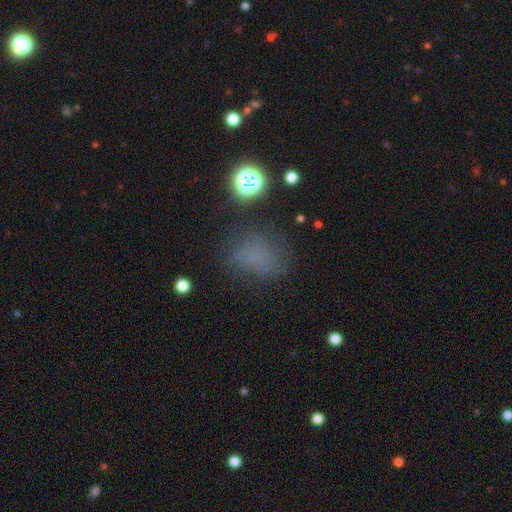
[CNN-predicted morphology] Smooth or featured? Predicted: smooth (p=0.65). How rounded? Predicted: in between (p=0.58). Merging? Predicted: none (p=0.66).